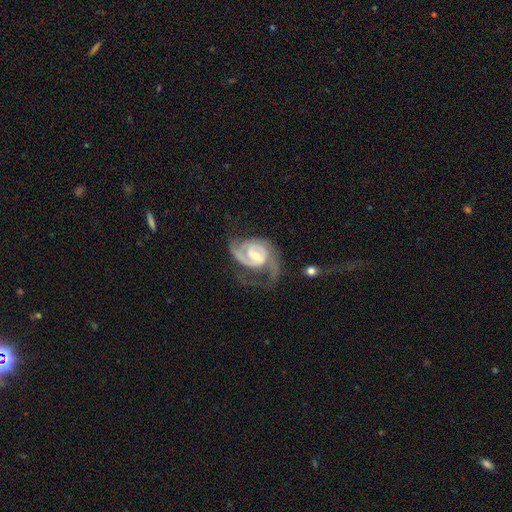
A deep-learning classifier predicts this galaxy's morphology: Q: Smooth or featured?
A: featured or disk (90%); runner-up: smooth (6%)
Q: Edge-on disk?
A: no (98%); runner-up: yes (2%)
Q: Bar?
A: weak (51%); runner-up: no (34%)
Q: Spiral arms?
A: yes (97%); runner-up: no (3%)
Q: Spiral winding?
A: medium (48%); runner-up: tight (37%)
Q: Spiral arm count?
A: 2 (71%); runner-up: 3 (10%)
Q: Bulge size?
A: moderate (58%); runner-up: small (37%)
Q: Merging?
A: none (51%); runner-up: major disturbance (24%)